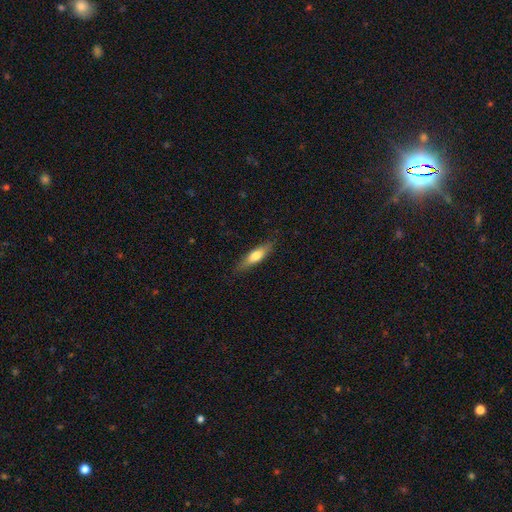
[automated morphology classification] smooth-or-featured: smooth: 63% | featured or disk: 31% | star or artifact: 6%
  how-rounded: cigar-shaped: 65% | in between: 33% | round: 2%
  merging: none: 83% | minor disturbance: 13% | major disturbance: 3% | merger: 1%